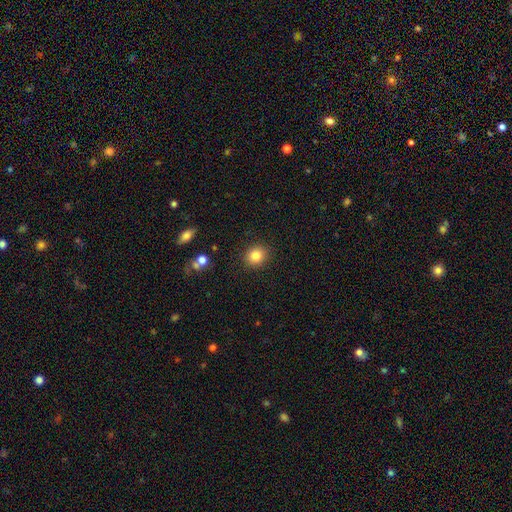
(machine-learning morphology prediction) smooth-or-featured: smooth: 82% | star or artifact: 11% | featured or disk: 7%
  how-rounded: round: 78% | in between: 21% | cigar-shaped: 1%
  merging: none: 89% | minor disturbance: 7% | major disturbance: 2% | merger: 1%